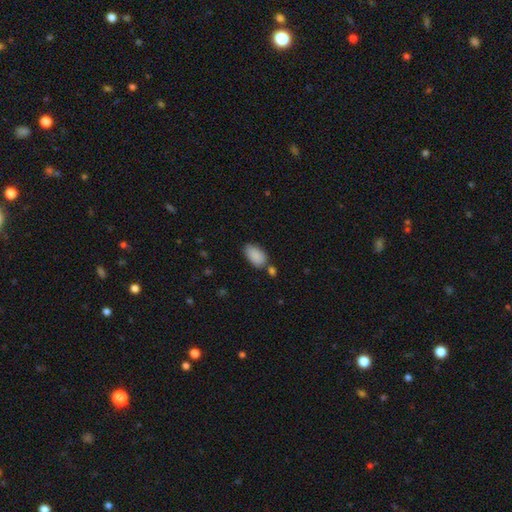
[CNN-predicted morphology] Overall: smooth (88%). How rounded: in between (94%). Merging: none (65%).